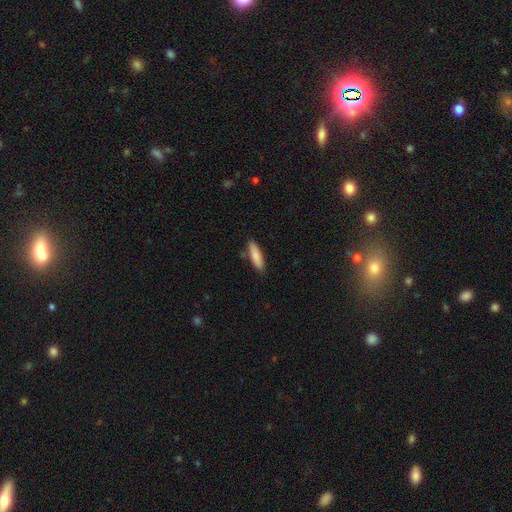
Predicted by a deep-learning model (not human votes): Smooth or featured? Predicted: smooth (p=0.85). How rounded? Predicted: cigar-shaped (p=0.59). Merging? Predicted: none (p=0.84).